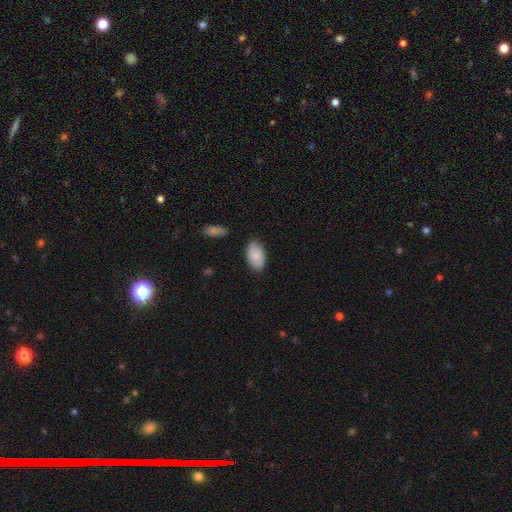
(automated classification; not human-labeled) smooth 84%, featured or disk 10%, star or artifact 6%. Down the decision tree: how rounded — in between (95%); merging — none (80%).